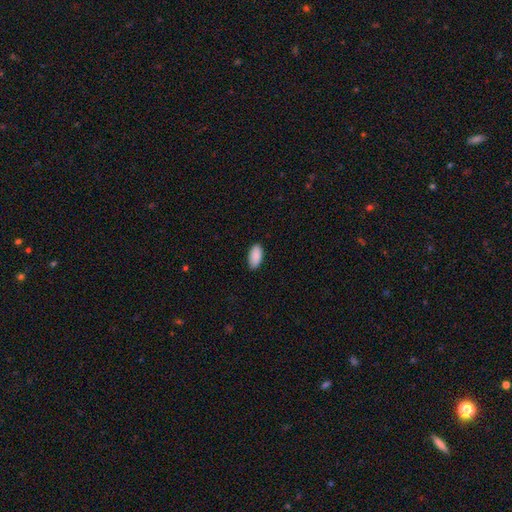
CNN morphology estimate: type=smooth (90%); roundness=in between (95%); merging=none (87%).